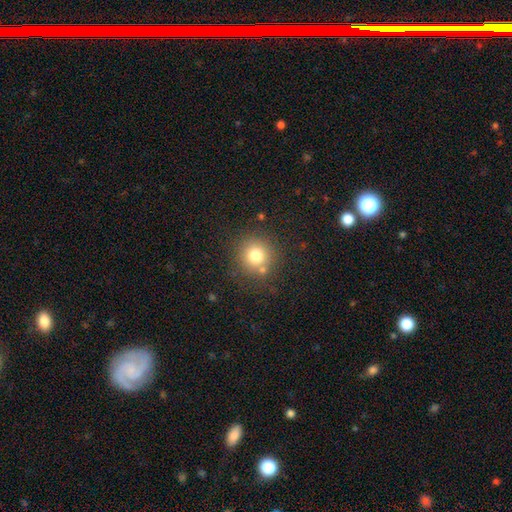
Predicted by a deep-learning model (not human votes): This appears to be a smooth galaxy with no disk features (77%) that is round (92%). Merging: none (79%).